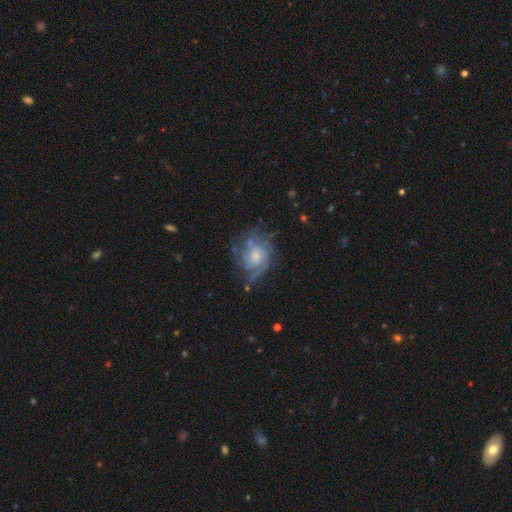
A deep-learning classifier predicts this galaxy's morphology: This is likely a featured or disk galaxy (78%). It is clearly not viewed edge-on (98%). Bar: likely no (72%). Spiral arm pattern: clearly yes (90%). Spiral arm count: marginally can't tell (40%). Spiral winding: possibly tight (50%). Central bulge: possibly small (55%). Merging: possibly none (58%).